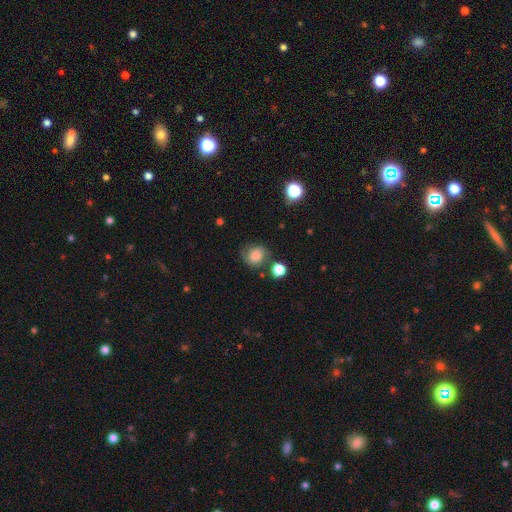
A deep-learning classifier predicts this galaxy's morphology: Q: Smooth or featured?
A: smooth (73%); runner-up: featured or disk (16%)
Q: How rounded?
A: round (77%); runner-up: in between (22%)
Q: Merging?
A: none (62%); runner-up: minor disturbance (22%)